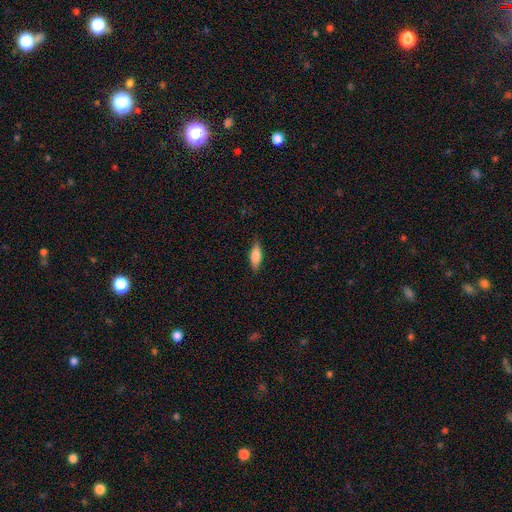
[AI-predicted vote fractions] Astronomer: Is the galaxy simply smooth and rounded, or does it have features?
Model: smooth — 75%.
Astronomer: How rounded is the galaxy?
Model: in between — 63%.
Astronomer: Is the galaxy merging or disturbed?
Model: none — 86%.